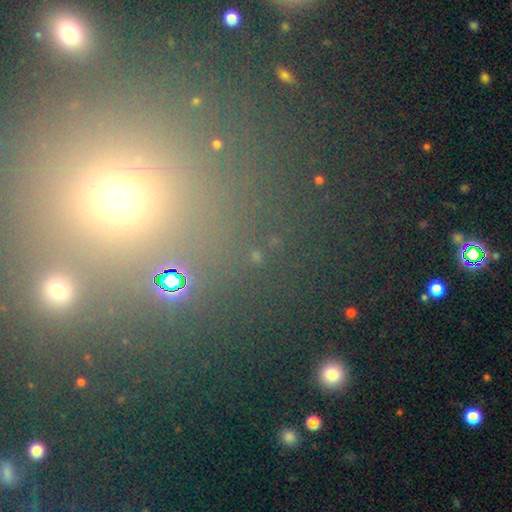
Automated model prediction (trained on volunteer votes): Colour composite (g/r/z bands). It shows a star or artifact, not a galaxy (55%).